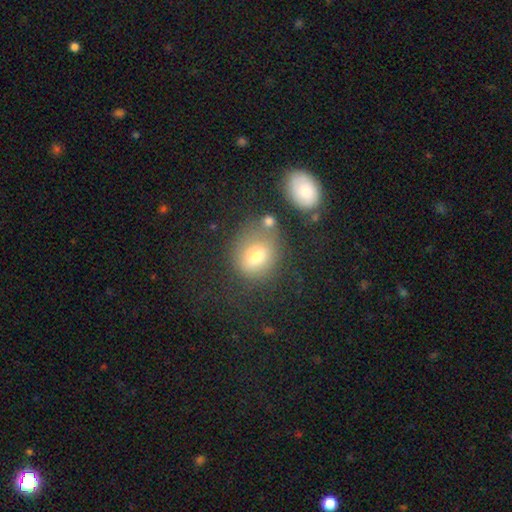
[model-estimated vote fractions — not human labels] smooth 75%, featured or disk 13%, star or artifact 12%. Down the decision tree: how rounded — round (68%); merging — none (58%).